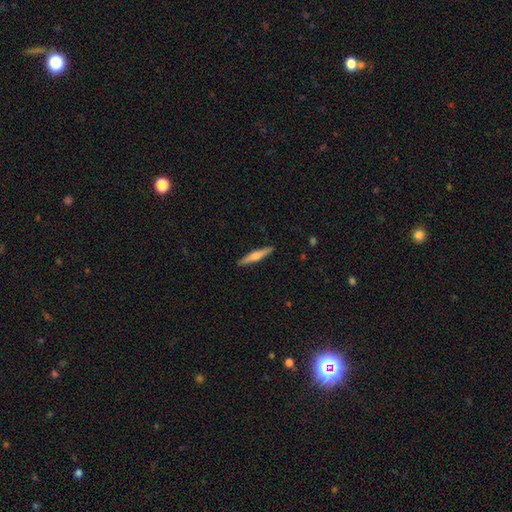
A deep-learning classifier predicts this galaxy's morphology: smooth_or_featured: smooth (p=0.49) [alt: featured or disk p=0.45]
merging: none (p=0.91) [alt: minor disturbance p=0.07]